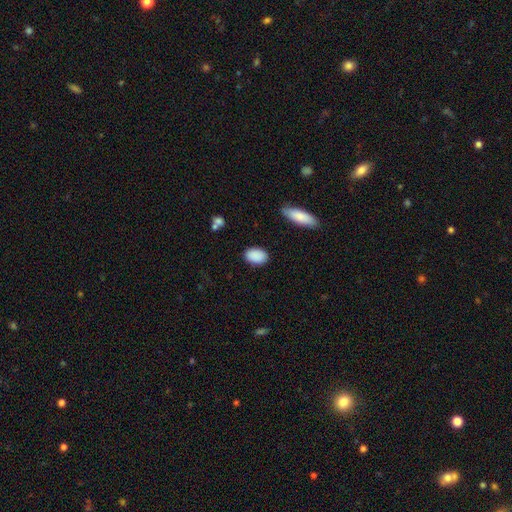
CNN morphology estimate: Smooth or featured? Predicted: smooth (p=0.90). How rounded? Predicted: in between (p=0.88). Merging? Predicted: none (p=0.87).